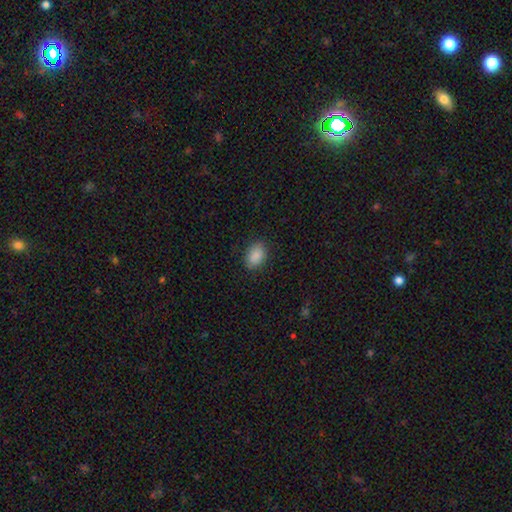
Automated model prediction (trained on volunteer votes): This appears to be a smooth galaxy with no disk features (89%) that is in between round and cigar-shaped (83%). Merging: none (85%).